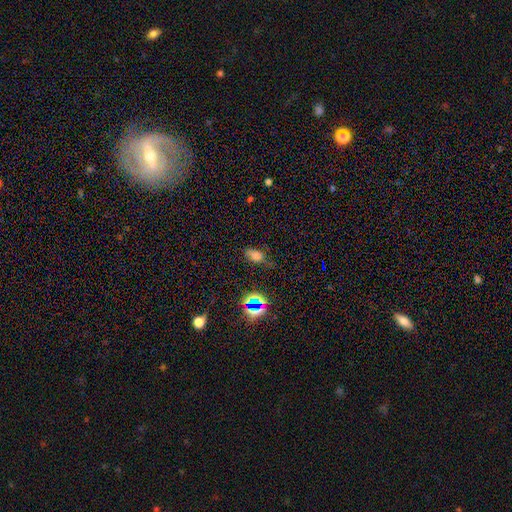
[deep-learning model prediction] The model was most divided on "merging": none: 63%, minor disturbance: 25%, major disturbance: 9%, merger: 3%. More confident: how rounded — in between (80%); smooth or featured — smooth (65%).